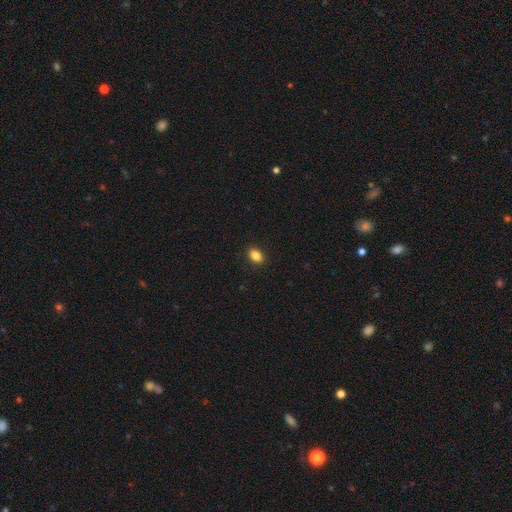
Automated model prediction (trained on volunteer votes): Overall: smooth (86%). How rounded: in between (80%). Merging: none (90%).